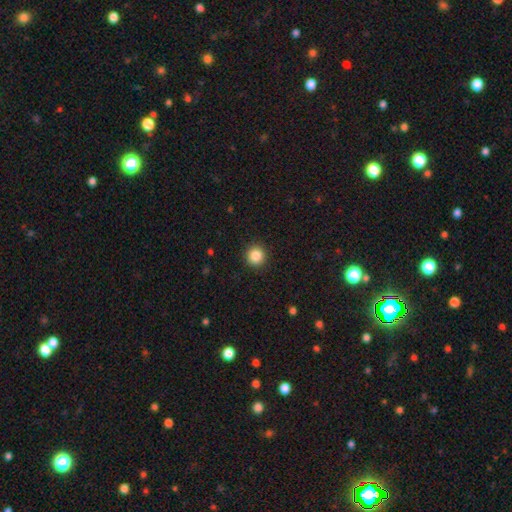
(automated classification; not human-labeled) This appears to be a smooth galaxy with no disk features (87%) that is round (95%). Merging: none (92%).